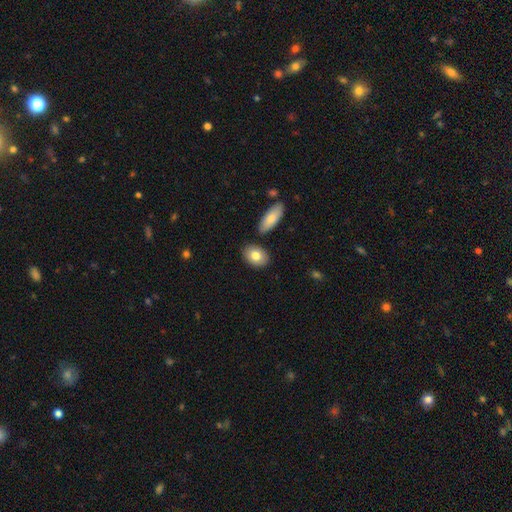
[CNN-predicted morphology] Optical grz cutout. It shows a smooth galaxy with no disk features (79%) that is in between round and cigar-shaped (81%). Merging: none (82%).